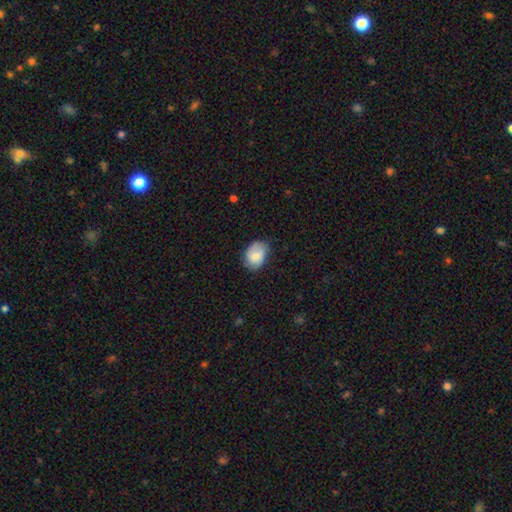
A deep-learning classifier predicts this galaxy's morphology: Smooth or featured? Predicted: smooth (p=0.79). How rounded? Predicted: in between (p=0.71). Merging? Predicted: none (p=0.67).